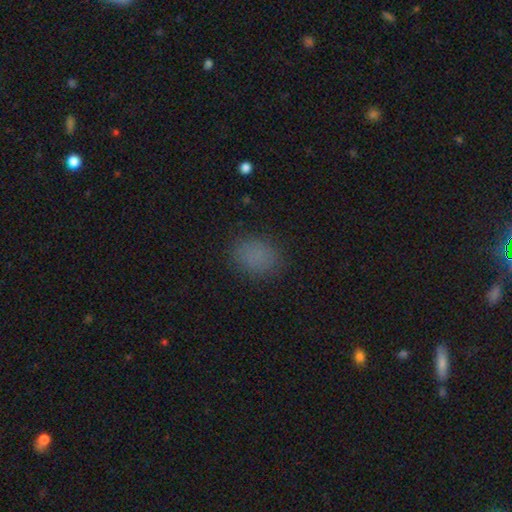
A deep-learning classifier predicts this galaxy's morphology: Smooth or featured?
  - smooth: 81% *
  - star or artifact: 14%
  - featured or disk: 5%
How rounded?
  - in between: 53% *
  - round: 45%
  - cigar-shaped: 1%
Merging?
  - none: 85% *
  - minor disturbance: 11%
  - major disturbance: 3%
  - merger: 1%